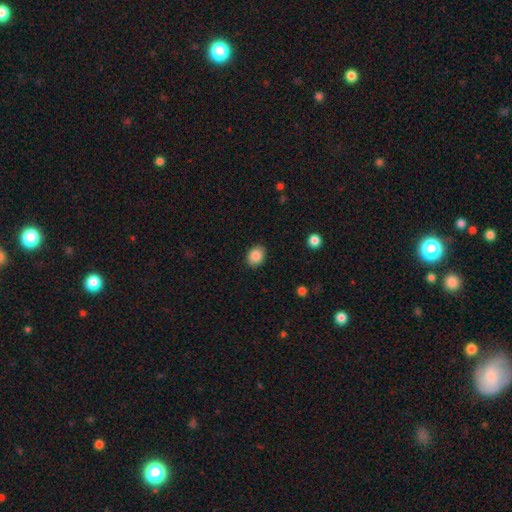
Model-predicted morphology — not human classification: Overall: smooth (87%). How rounded: in between (51%; round 48%). Merging: none (88%).